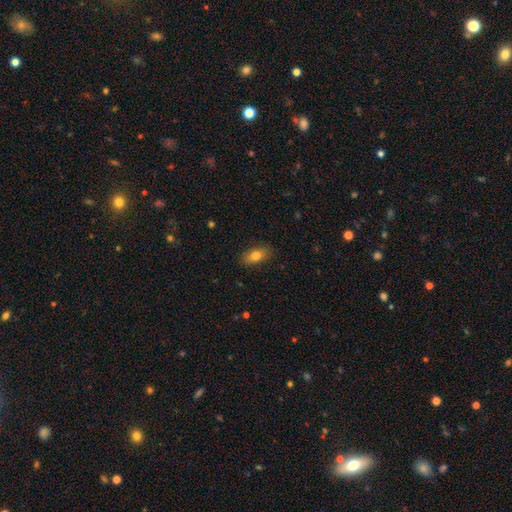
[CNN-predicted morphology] Smooth or featured? smooth (79%)
How rounded? in between (86%)
Merging? none (87%)